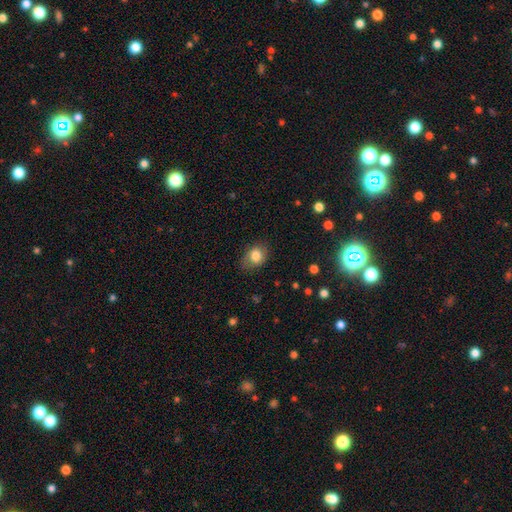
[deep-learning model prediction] A smooth galaxy with no disk features (81%) that is in between round and cigar-shaped (64%). Merging: none (75%).